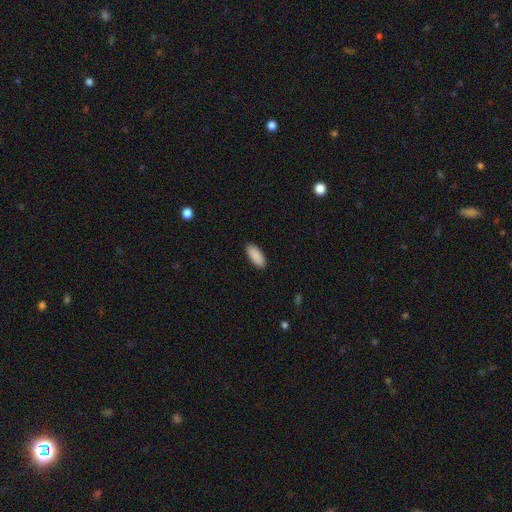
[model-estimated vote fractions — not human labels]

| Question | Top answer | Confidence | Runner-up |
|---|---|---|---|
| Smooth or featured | smooth | 91% | star or artifact (6%) |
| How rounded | in between | 84% | cigar-shaped (14%) |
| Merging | none | 90% | minor disturbance (7%) |